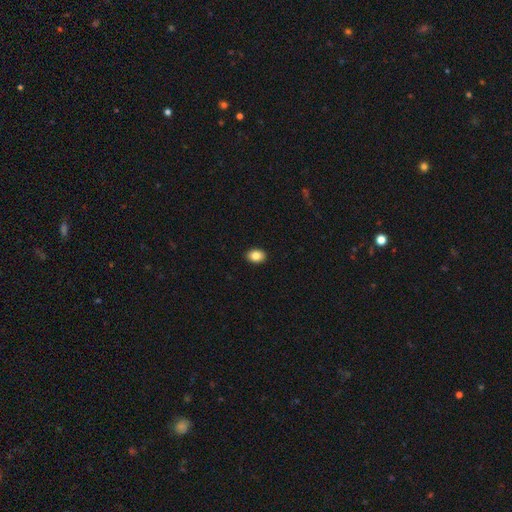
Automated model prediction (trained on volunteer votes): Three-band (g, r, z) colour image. It shows a smooth galaxy with no disk features (85%) that is in between round and cigar-shaped (73%). Merging: none (91%).